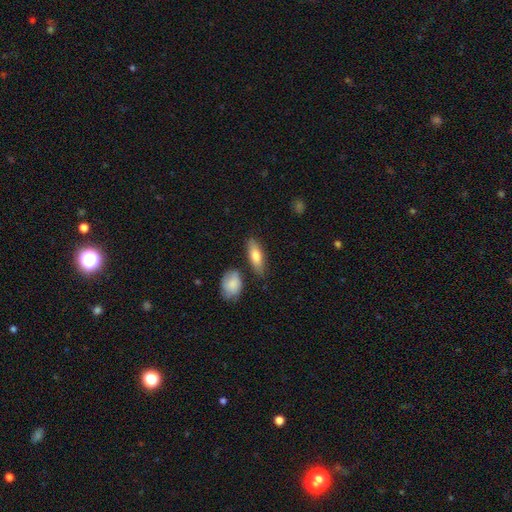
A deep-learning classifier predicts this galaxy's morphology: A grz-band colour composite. It shows a smooth galaxy with no disk features (74%) that is in between round and cigar-shaped (60%). Merging: none (77%).